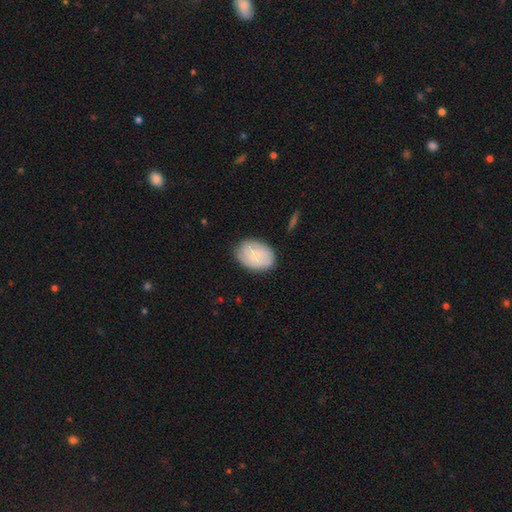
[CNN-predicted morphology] This appears to be a smooth galaxy with no disk features (65%) that is in between round and cigar-shaped (78%). Merging: none (80%).